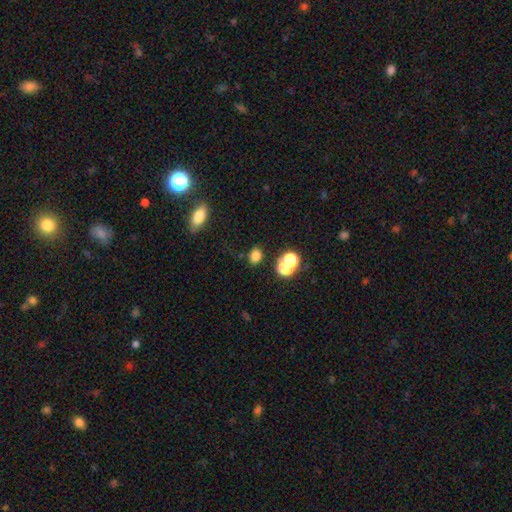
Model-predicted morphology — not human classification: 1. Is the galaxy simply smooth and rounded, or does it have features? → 75% smooth, 17% star or artifact, 7% featured or disk.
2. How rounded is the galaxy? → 55% in between, 43% round, 2% cigar-shaped.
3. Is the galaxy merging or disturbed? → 68% none, 15% merger, 12% minor disturbance, 5% major disturbance.